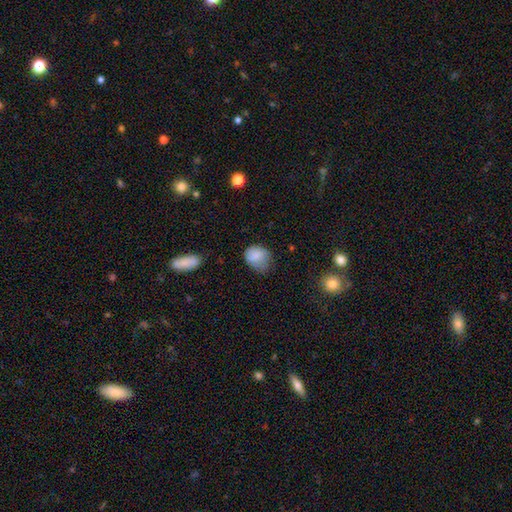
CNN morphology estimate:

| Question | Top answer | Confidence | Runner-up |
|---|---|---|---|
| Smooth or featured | smooth | 82% | featured or disk (9%) |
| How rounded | round | 55% | in between (44%) |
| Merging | none | 46% | minor disturbance (39%) |